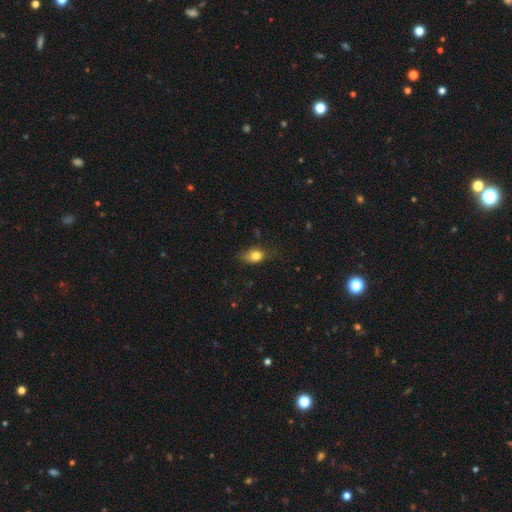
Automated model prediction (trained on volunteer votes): Smooth or featured? Predicted: smooth (p=0.81). How rounded? Predicted: in between (p=0.75). Merging? Predicted: none (p=0.63).